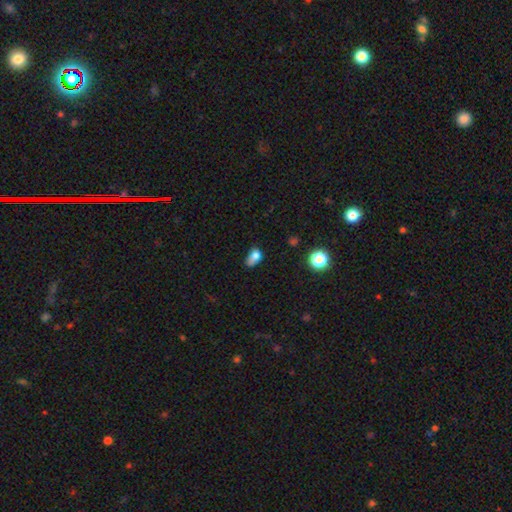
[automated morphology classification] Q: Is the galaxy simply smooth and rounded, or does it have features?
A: smooth — 76%.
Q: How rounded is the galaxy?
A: in between — 81%.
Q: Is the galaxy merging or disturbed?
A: minor disturbance — 40%.